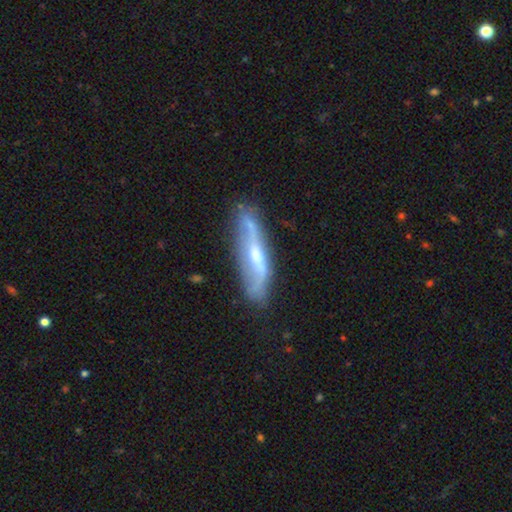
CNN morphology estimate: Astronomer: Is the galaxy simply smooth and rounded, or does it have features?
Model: featured or disk — 68%.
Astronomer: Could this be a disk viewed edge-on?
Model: no — 51% (runner-up: yes, 49%).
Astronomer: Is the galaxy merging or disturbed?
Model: none — 69%.